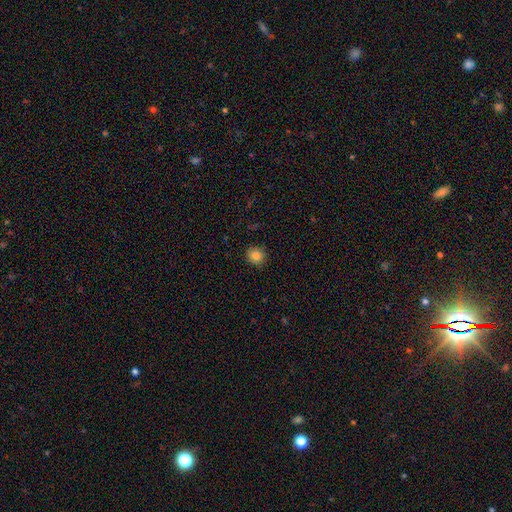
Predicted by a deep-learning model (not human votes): smooth_or_featured: smooth (p=0.83) [alt: star or artifact p=0.11]
how_rounded: round (p=0.86) [alt: in between p=0.13]
merging: none (p=0.90) [alt: minor disturbance p=0.07]